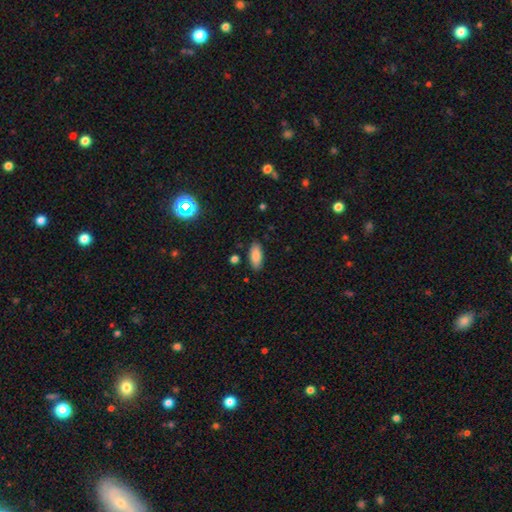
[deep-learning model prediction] The model was most divided on "how rounded": in between: 84%, cigar-shaped: 14%, round: 2%. More confident: smooth or featured — smooth (86%); merging — none (85%).